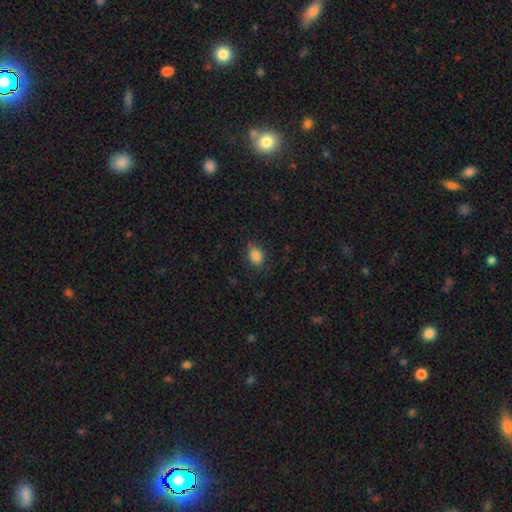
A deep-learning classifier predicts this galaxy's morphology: This appears to be a smooth galaxy with no disk features (86%) that is in between round and cigar-shaped (79%). Merging: none (78%).